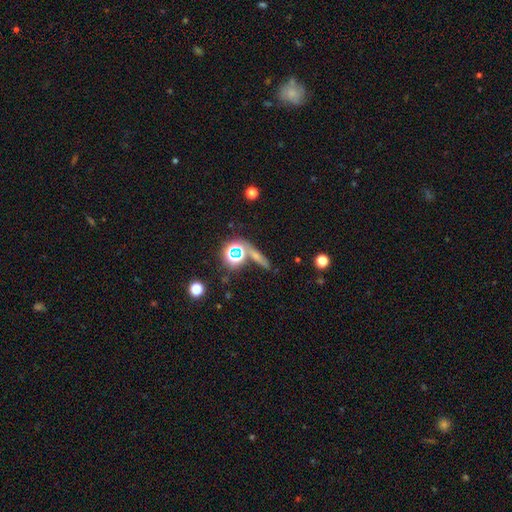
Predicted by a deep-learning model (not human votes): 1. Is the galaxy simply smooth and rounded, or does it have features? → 47% smooth, 31% star or artifact, 22% featured or disk.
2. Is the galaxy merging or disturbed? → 71% none, 12% merger, 11% minor disturbance, 6% major disturbance.